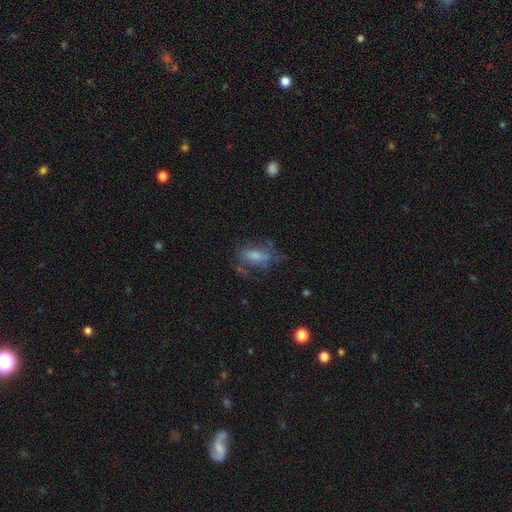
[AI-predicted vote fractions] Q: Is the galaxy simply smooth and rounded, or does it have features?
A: smooth — 56%.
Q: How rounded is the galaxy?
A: in between — 74%.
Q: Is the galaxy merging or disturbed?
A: none — 46%.